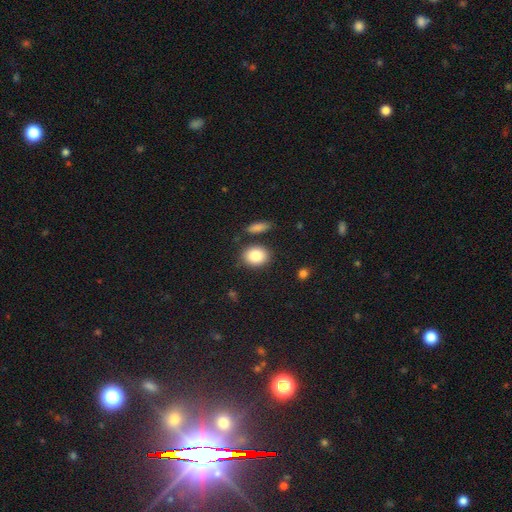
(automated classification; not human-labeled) Smooth or featured? Predicted: smooth (p=0.86). How rounded? Predicted: in between (p=0.50). Merging? Predicted: none (p=0.79).